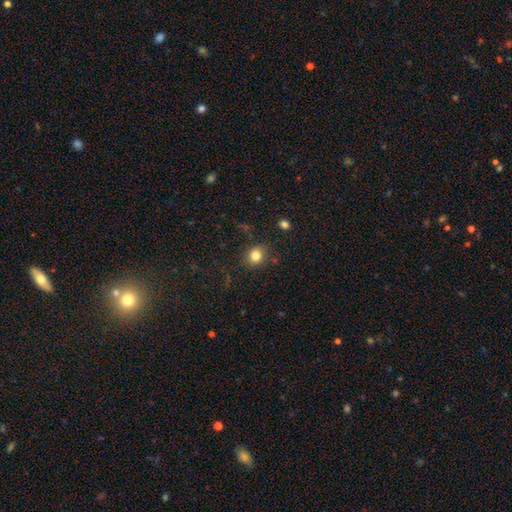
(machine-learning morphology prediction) A smooth galaxy with no disk features (82%) that is round (77%).

Vote fractions:
- Smooth or featured? smooth: 82% / star or artifact: 12% / featured or disk: 6%
- How rounded? round: 77% / in between: 22% / cigar-shaped: 1%
- Merging? none: 85% / minor disturbance: 9% / major disturbance: 3% / merger: 2%